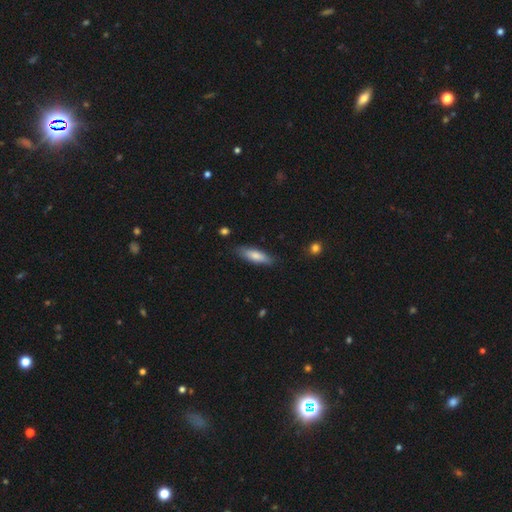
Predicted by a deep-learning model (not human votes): Morphology: type=smooth (77%); roundness=cigar-shaped (57%); merging=none (83%).